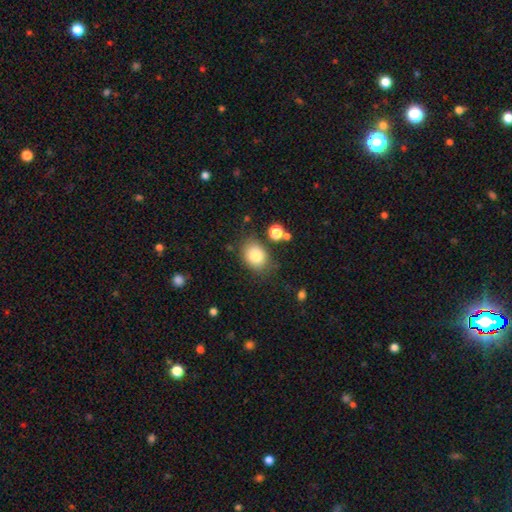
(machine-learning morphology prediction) Smooth or featured? smooth (82%)
How rounded? in between (62%)
Merging? none (72%)